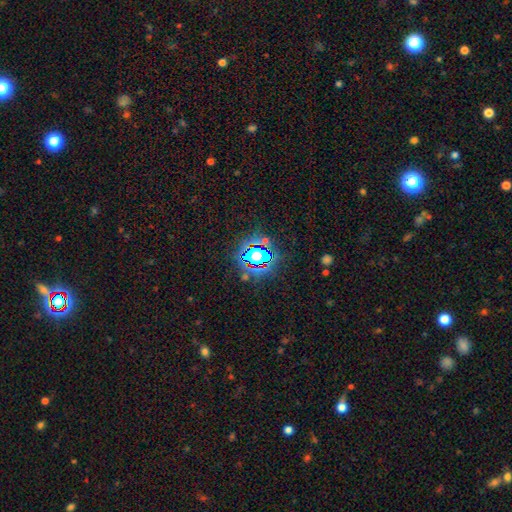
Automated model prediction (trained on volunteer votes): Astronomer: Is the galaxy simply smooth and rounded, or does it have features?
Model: star or artifact — 79%.